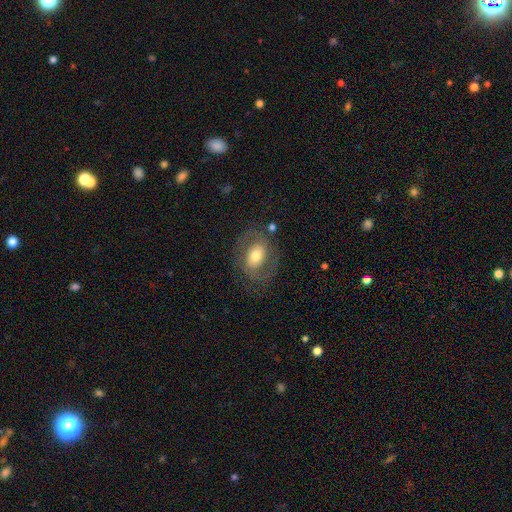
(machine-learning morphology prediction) This appears to be a featured or disk galaxy (54%) with no bar (47%), spiral arms (65%) and a moderate central bulge (65%). Merging: none (70%).